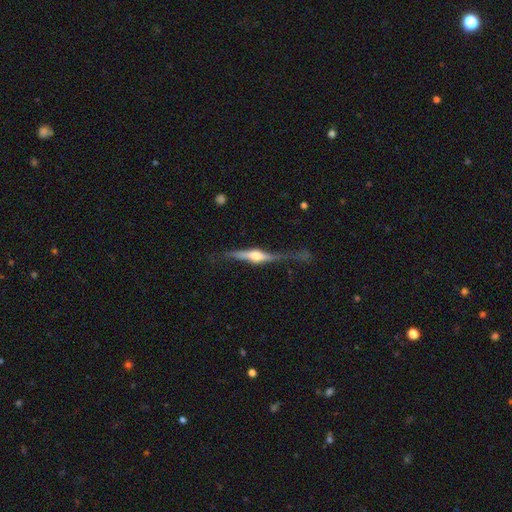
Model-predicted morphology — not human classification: A featured or disk galaxy (77%) viewed edge-on (95%) with a rounded central bulge (91%).

Vote fractions:
- Smooth or featured? featured or disk: 77% / smooth: 18% / star or artifact: 5%
- Edge-on disk? yes: 95% / no: 5%
- Edge-on bulge? rounded: 91% / boxy: 6% / none: 3%
- Merging? none: 58% / minor disturbance: 24% / major disturbance: 14% / merger: 4%